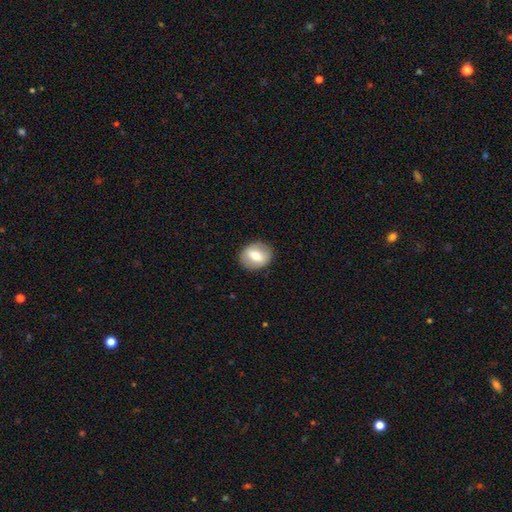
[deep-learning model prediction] Smooth or featured?
  - smooth: 56% *
  - featured or disk: 37%
  - star or artifact: 7%
How rounded?
  - round: 64% *
  - in between: 35%
  - cigar-shaped: 1%
Merging?
  - none: 88% *
  - minor disturbance: 9%
  - major disturbance: 3%
  - merger: 1%